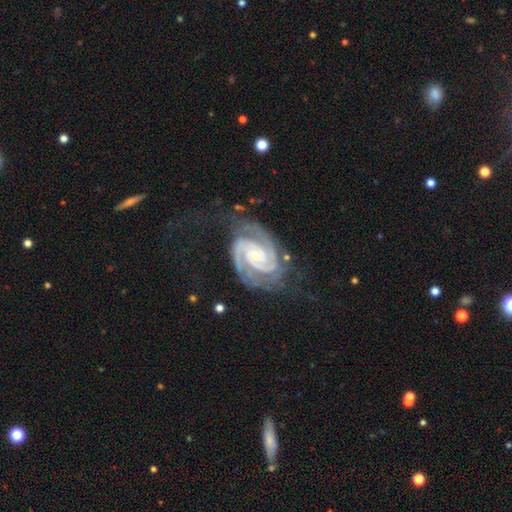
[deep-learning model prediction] Q: Smooth or featured?
A: featured or disk (93%); runner-up: star or artifact (4%)
Q: Edge-on disk?
A: no (98%); runner-up: yes (2%)
Q: Bar?
A: no (61%); runner-up: weak (27%)
Q: Spiral arms?
A: yes (99%); runner-up: no (1%)
Q: Spiral winding?
A: tight (69%); runner-up: medium (28%)
Q: Spiral arm count?
A: 2 (83%); runner-up: 3 (7%)
Q: Bulge size?
A: small (74%); runner-up: moderate (21%)
Q: Merging?
A: none (67%); runner-up: minor disturbance (20%)